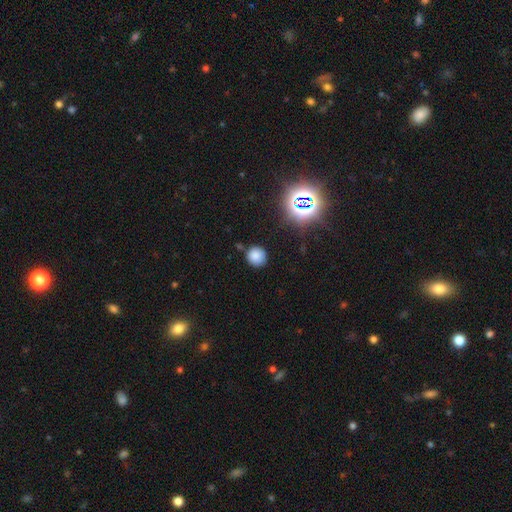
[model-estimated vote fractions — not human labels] This is likely a smooth galaxy (78%). How rounded: clearly round (92%). Merging: clearly none (82%).